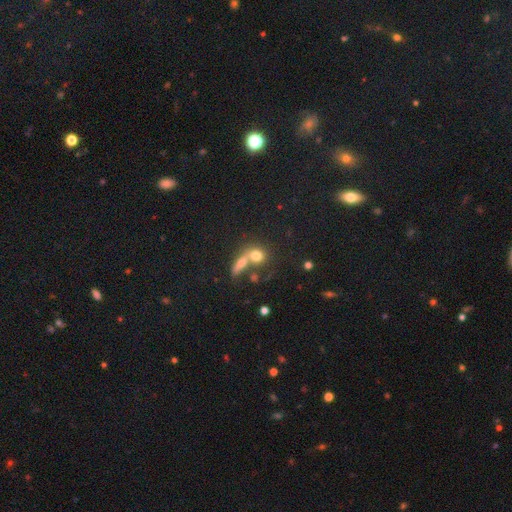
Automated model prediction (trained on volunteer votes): Overall: smooth (71%). How rounded: round (68%). Merging: merger (49%; none 36%).